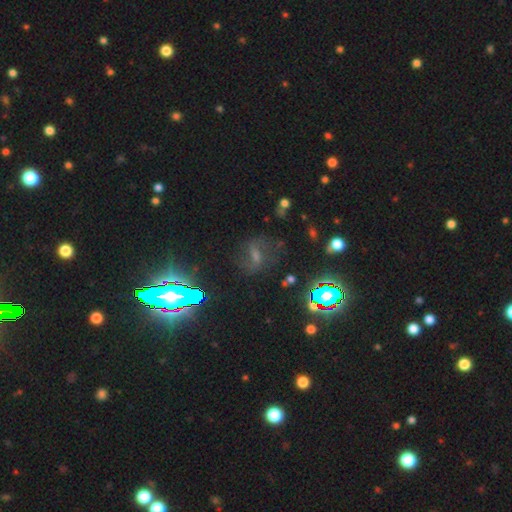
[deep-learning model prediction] This appears to be a featured or disk galaxy (40%). Merging: none (62%).